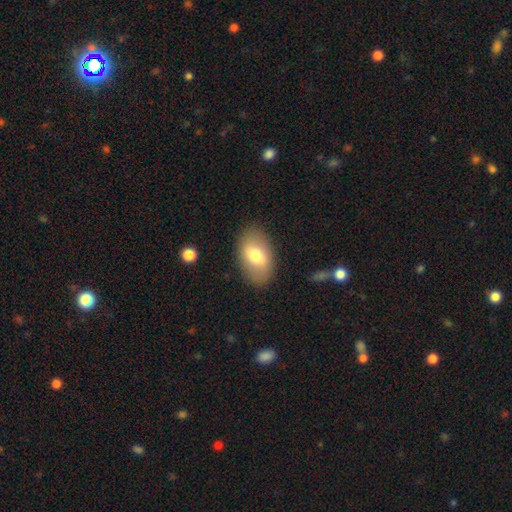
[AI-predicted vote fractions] A smooth galaxy with no disk features (68%) that is in between round and cigar-shaped (90%).

Vote fractions:
- Smooth or featured? smooth: 68% / featured or disk: 25% / star or artifact: 7%
- How rounded? in between: 90% / round: 8% / cigar-shaped: 1%
- Merging? none: 85% / minor disturbance: 10% / major disturbance: 4% / merger: 1%